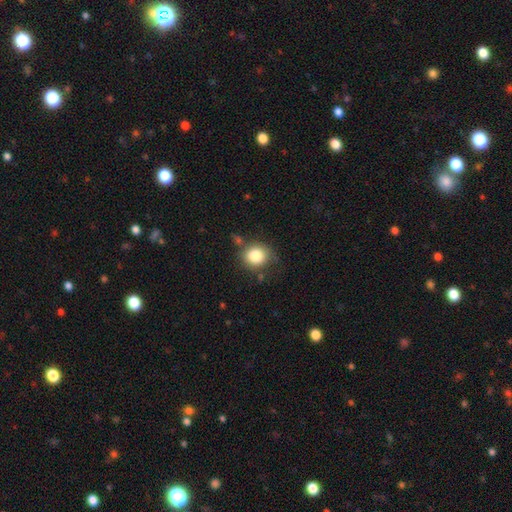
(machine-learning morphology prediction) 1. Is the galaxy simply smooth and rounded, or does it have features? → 83% smooth, 10% star or artifact, 7% featured or disk.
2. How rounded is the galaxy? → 80% round, 19% in between, 1% cigar-shaped.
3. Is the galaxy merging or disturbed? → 74% none, 15% minor disturbance, 6% merger, 5% major disturbance.